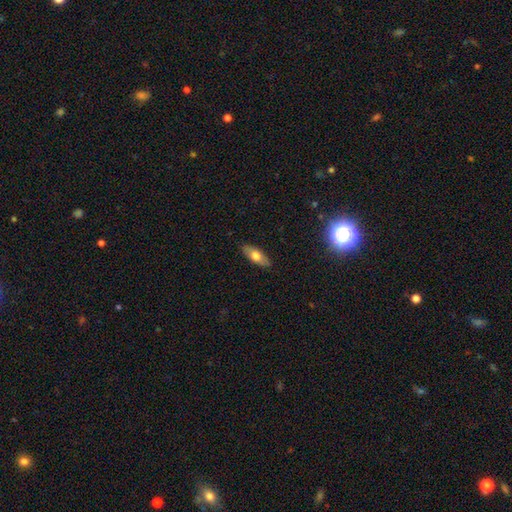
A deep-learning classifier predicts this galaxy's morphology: smooth 67%, featured or disk 26%, star or artifact 7%. Down the decision tree: how rounded — in between (73%); merging — none (88%).